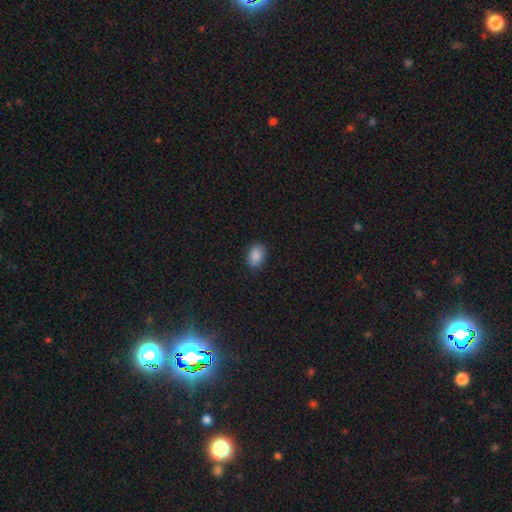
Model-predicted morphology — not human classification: Smooth or featured? smooth (88%)
How rounded? in between (76%)
Merging? none (83%)